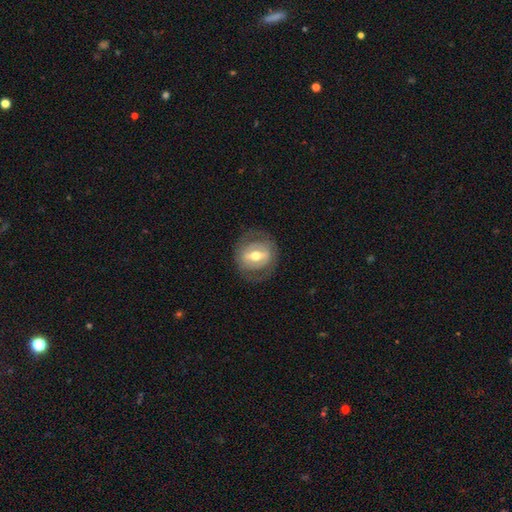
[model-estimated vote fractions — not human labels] A featured or disk galaxy (65%) with a strong bar (46%), no spiral arms (65%) and a moderate central bulge (74%). Merging: none (77%).